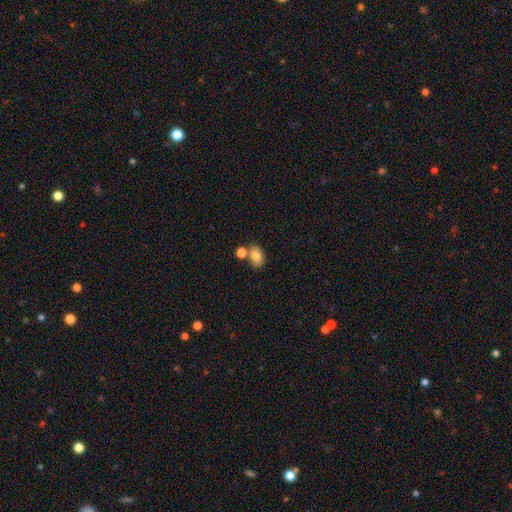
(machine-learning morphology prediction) This is clearly a smooth galaxy (82%). How rounded: clearly in between (83%). Merging: possibly none (60%).